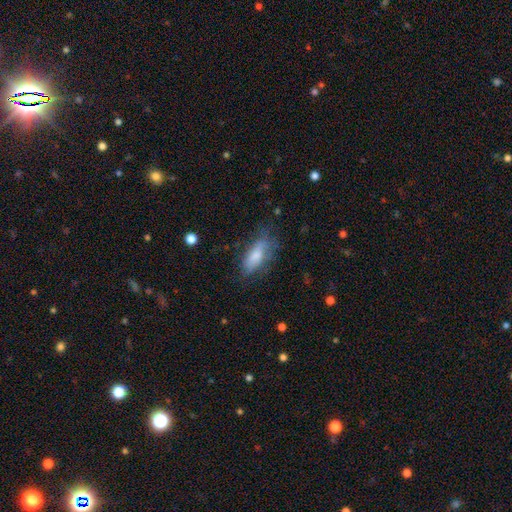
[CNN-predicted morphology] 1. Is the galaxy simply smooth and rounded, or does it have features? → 72% smooth, 21% featured or disk, 7% star or artifact.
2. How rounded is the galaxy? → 77% in between, 20% cigar-shaped, 3% round.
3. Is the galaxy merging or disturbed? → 58% none, 27% minor disturbance, 13% major disturbance, 2% merger.